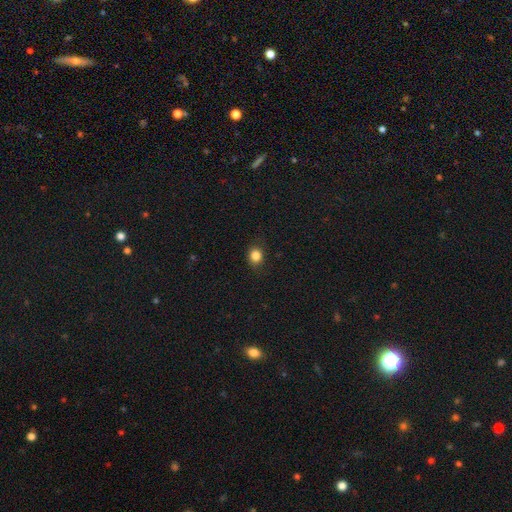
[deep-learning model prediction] A smooth galaxy with no disk features (84%) that is round (66%). Merging: none (88%).